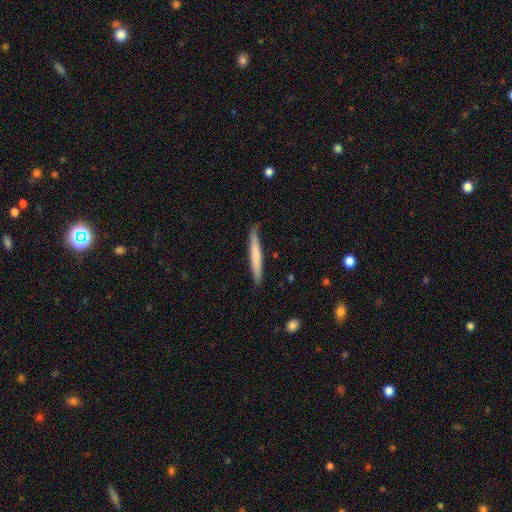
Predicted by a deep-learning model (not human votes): A smooth galaxy with no disk features (67%) that is cigar-shaped (96%). Merging: none (84%).